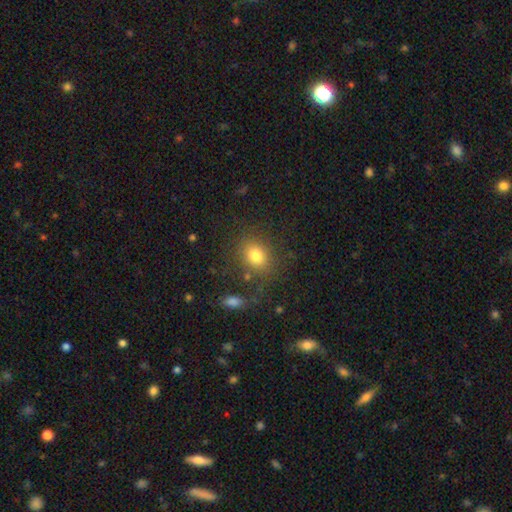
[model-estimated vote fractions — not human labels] Overall: smooth (79%). How rounded: round (52%; in between 47%). Merging: none (78%).